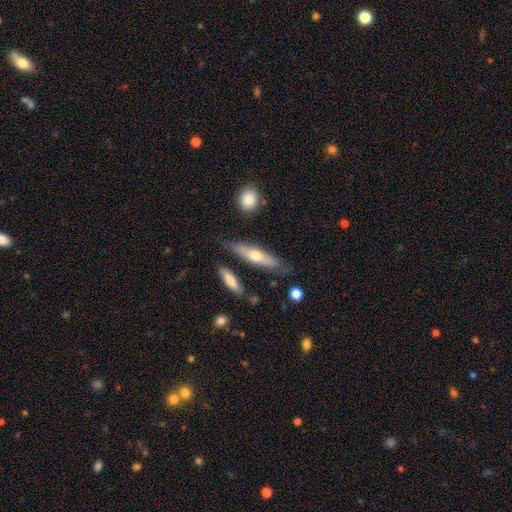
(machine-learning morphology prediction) Smooth or featured?
  - smooth: 53% *
  - featured or disk: 42%
  - star or artifact: 6%
How rounded?
  - cigar-shaped: 74% *
  - in between: 24%
  - round: 2%
Merging?
  - none: 77% *
  - minor disturbance: 16%
  - merger: 4%
  - major disturbance: 3%